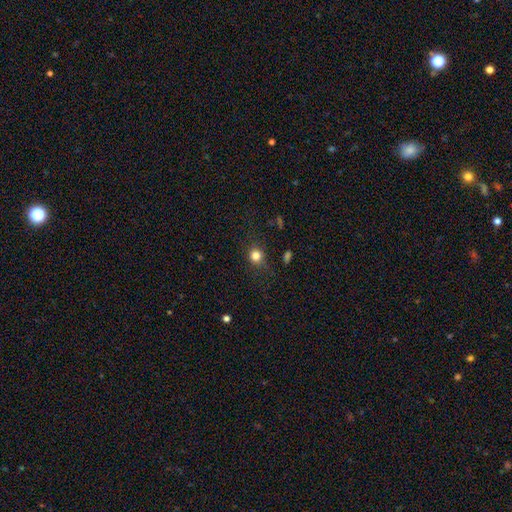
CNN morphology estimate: Overall: smooth (81%). How rounded: round (84%). Merging: none (79%).